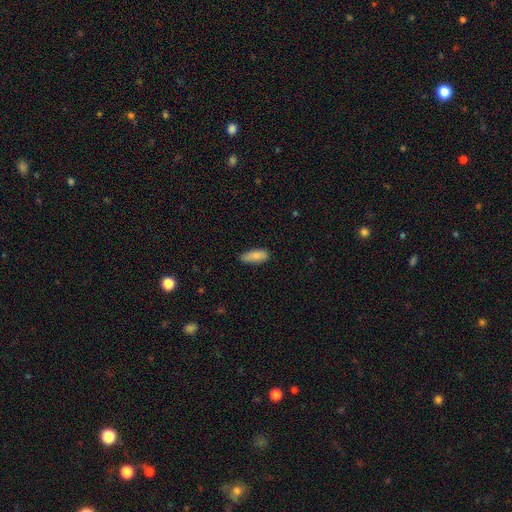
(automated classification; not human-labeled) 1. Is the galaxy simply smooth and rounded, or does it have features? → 86% smooth, 7% featured or disk, 7% star or artifact.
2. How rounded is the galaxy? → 76% in between, 22% cigar-shaped, 2% round.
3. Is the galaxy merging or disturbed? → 75% none, 20% minor disturbance, 3% major disturbance, 1% merger.